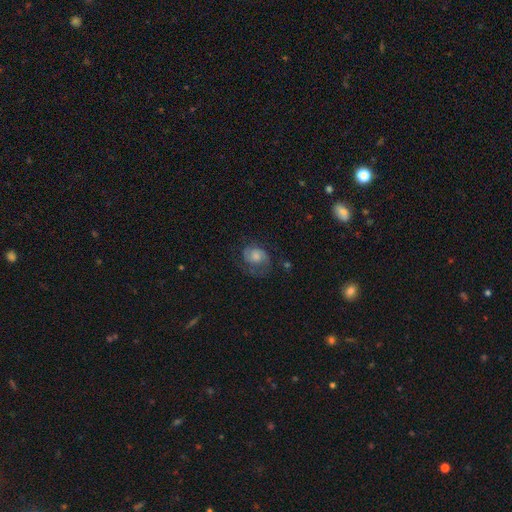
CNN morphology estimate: Smooth or featured: featured or disk — 65% (smooth — 24%)
Edge-on disk: no — 97% (yes — 3%)
Bar: no — 67% (weak — 28%)
Spiral arms: yes — 91% (no — 9%)
Spiral winding: medium — 45% (tight — 38%)
Spiral arm count: 2 — 69% (can't tell — 13%)
Bulge size: moderate — 46% (small — 31%)
Merging: none — 64% (minor disturbance — 20%)